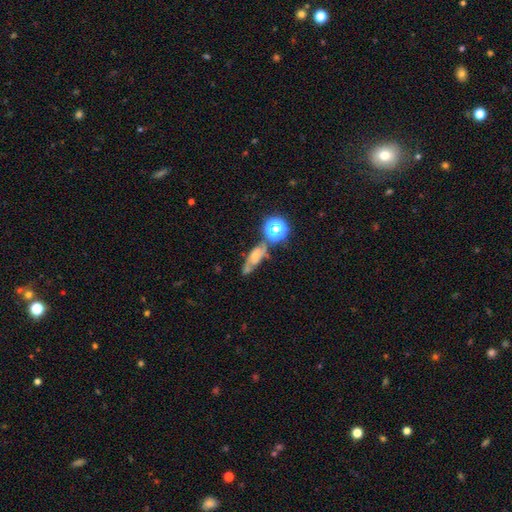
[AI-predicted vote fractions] Smooth or featured? featured or disk (43%)
Merging? none (48%)